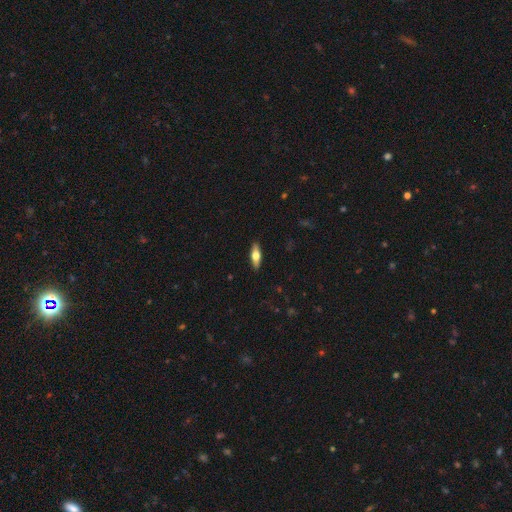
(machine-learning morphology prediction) Smooth or featured: smooth — 53% (featured or disk — 41%)
How rounded: in between — 57% (cigar-shaped — 40%)
Merging: none — 90% (minor disturbance — 7%)